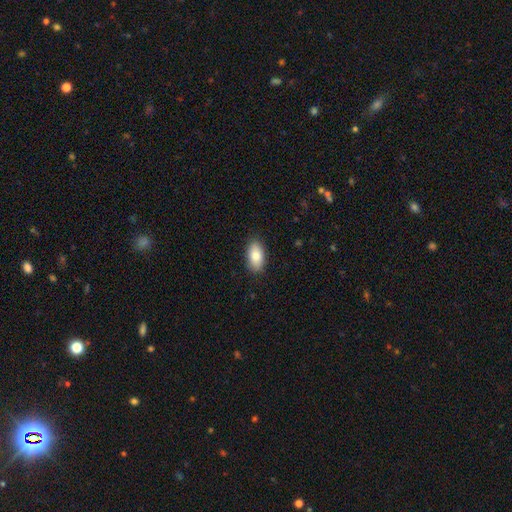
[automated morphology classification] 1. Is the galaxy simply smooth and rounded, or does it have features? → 84% smooth, 10% featured or disk, 7% star or artifact.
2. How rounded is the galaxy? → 93% in between, 4% round, 3% cigar-shaped.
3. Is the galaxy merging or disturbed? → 88% none, 9% minor disturbance, 2% major disturbance, 1% merger.